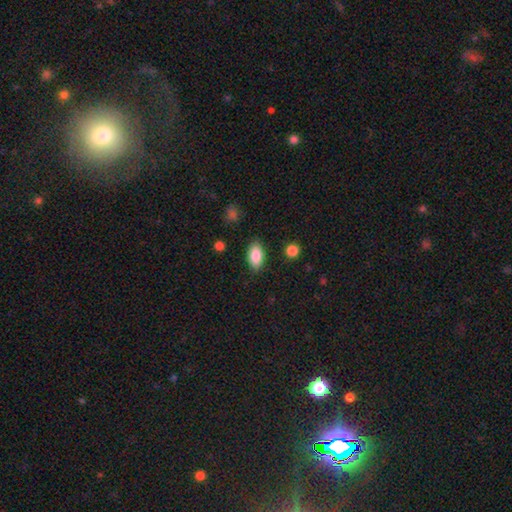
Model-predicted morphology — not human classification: smooth-or-featured: smooth: 86% | featured or disk: 7% | star or artifact: 7%
  how-rounded: in between: 92% | cigar-shaped: 4% | round: 4%
  merging: none: 86% | minor disturbance: 10% | major disturbance: 2% | merger: 1%